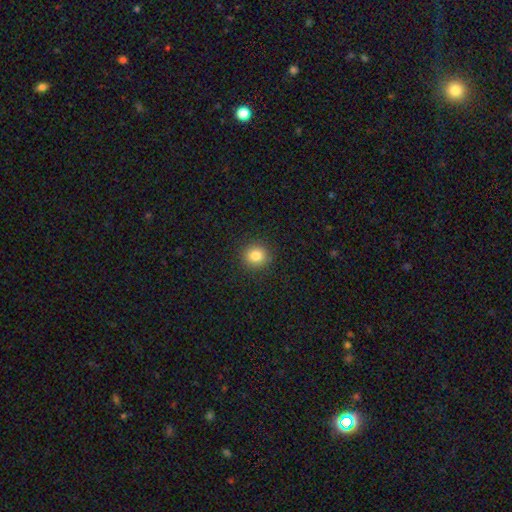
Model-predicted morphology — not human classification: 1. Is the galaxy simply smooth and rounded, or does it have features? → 84% smooth, 11% star or artifact, 5% featured or disk.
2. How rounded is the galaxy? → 88% round, 11% in between, 1% cigar-shaped.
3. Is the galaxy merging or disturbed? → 91% none, 6% minor disturbance, 2% major disturbance, 1% merger.